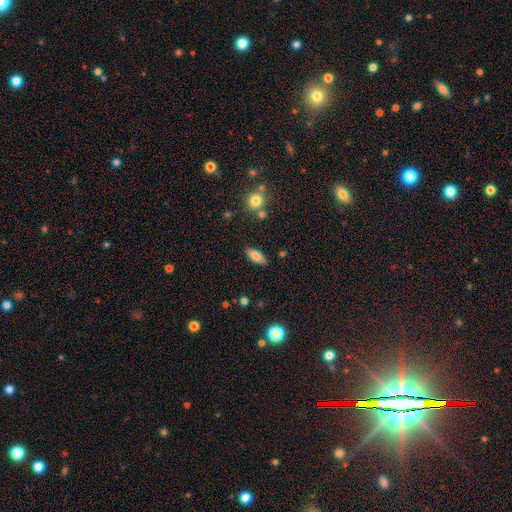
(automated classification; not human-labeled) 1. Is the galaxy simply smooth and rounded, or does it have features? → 78% smooth, 14% featured or disk, 8% star or artifact.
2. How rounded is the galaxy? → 83% in between, 14% cigar-shaped, 3% round.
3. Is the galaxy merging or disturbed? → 85% none, 10% minor disturbance, 3% merger, 2% major disturbance.